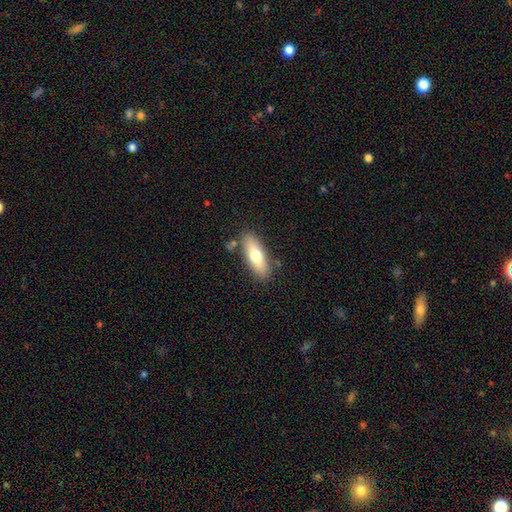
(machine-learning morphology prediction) This appears to be a smooth galaxy with no disk features (69%) that is in between round and cigar-shaped (59%). Merging: none (81%).